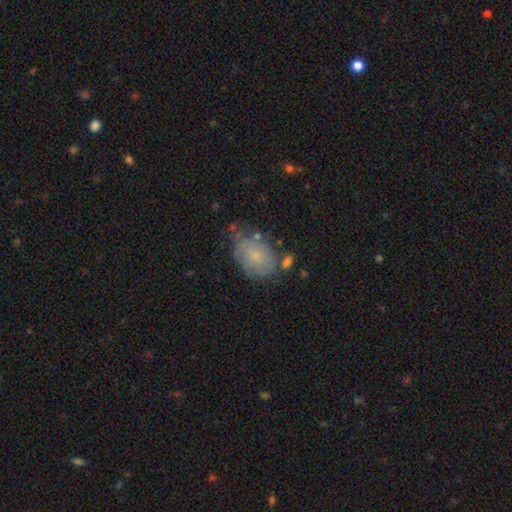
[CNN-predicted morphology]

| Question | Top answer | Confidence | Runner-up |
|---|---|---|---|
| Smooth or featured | smooth | 61% | featured or disk (31%) |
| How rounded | in between | 77% | round (22%) |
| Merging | none | 53% | minor disturbance (30%) |